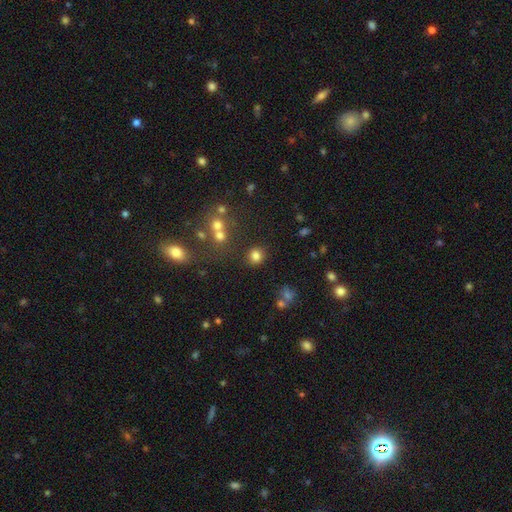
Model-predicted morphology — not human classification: smooth-or-featured: smooth: 80% | star or artifact: 15% | featured or disk: 6%
  how-rounded: round: 87% | in between: 12% | cigar-shaped: 1%
  merging: none: 84% | minor disturbance: 8% | merger: 5% | major disturbance: 3%